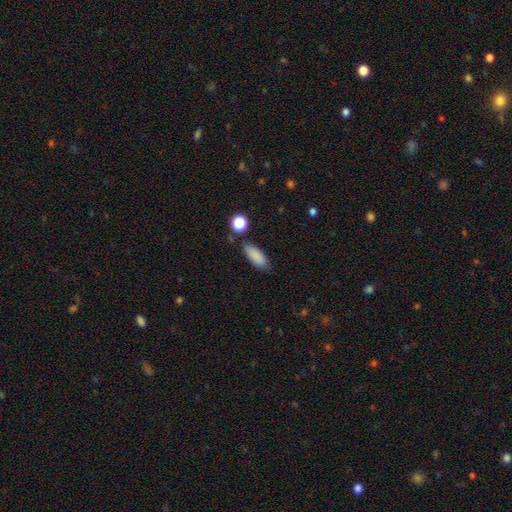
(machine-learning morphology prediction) smooth 87%, star or artifact 8%, featured or disk 5%. Down the decision tree: how rounded — in between (76%); merging — none (78%).